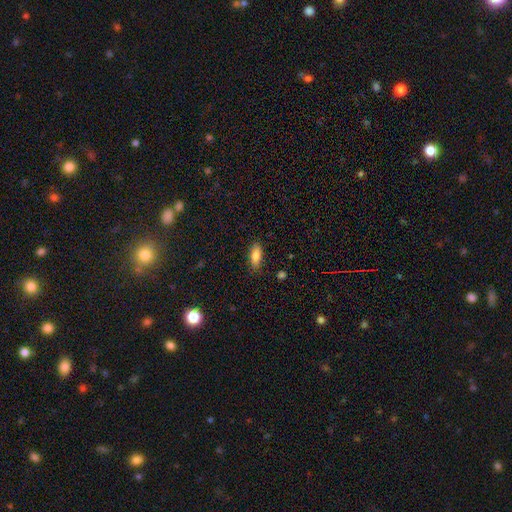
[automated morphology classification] Q: Smooth or featured?
A: smooth (83%); runner-up: featured or disk (9%)
Q: How rounded?
A: in between (80%); runner-up: cigar-shaped (17%)
Q: Merging?
A: none (86%); runner-up: minor disturbance (10%)